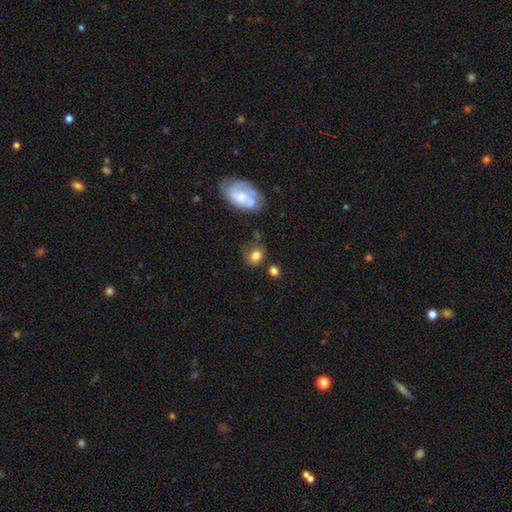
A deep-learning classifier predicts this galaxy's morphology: Smooth or featured? Predicted: smooth (p=0.78). How rounded? Predicted: round (p=0.63). Merging? Predicted: none (p=0.62).